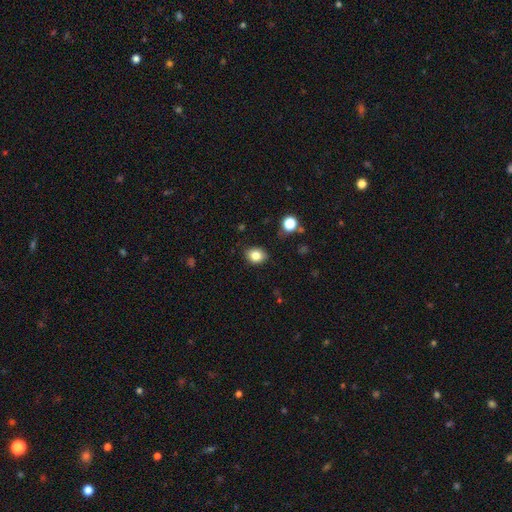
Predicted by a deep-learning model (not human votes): Smooth or featured: smooth — 83% (star or artifact — 10%)
How rounded: in between — 50% (round — 49%)
Merging: none — 84% (minor disturbance — 11%)